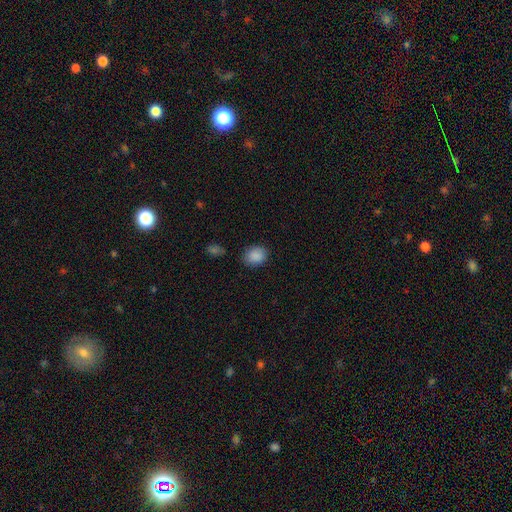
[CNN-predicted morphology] Smooth or featured: smooth — 87% (star or artifact — 9%)
How rounded: round — 50% (in between — 49%)
Merging: none — 80% (minor disturbance — 14%)